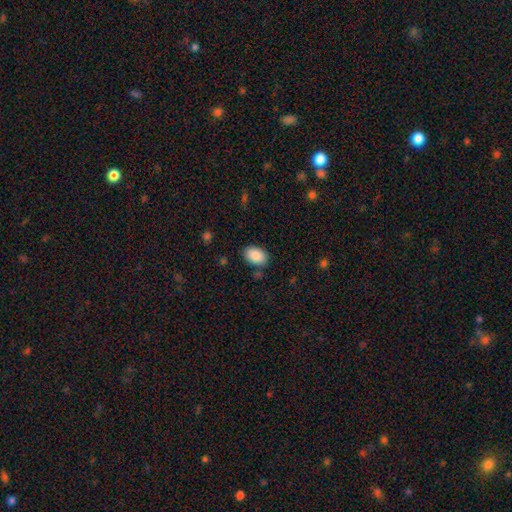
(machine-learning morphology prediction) Smooth or featured? Predicted: smooth (p=0.90). How rounded? Predicted: in between (p=0.87). Merging? Predicted: none (p=0.83).